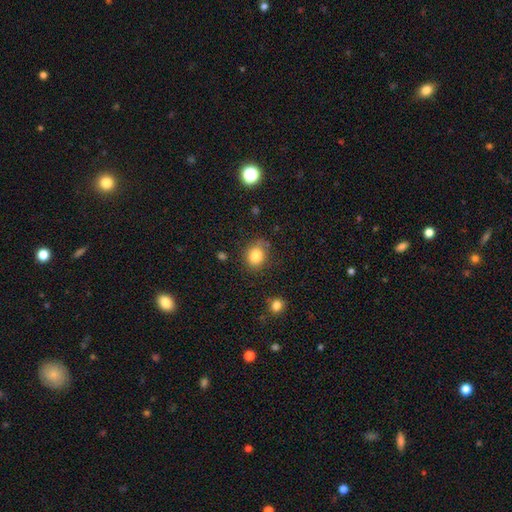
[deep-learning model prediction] smooth-or-featured: smooth: 83% | star or artifact: 10% | featured or disk: 7%
  how-rounded: round: 62% | in between: 37% | cigar-shaped: 1%
  merging: none: 74% | minor disturbance: 18% | major disturbance: 5% | merger: 3%